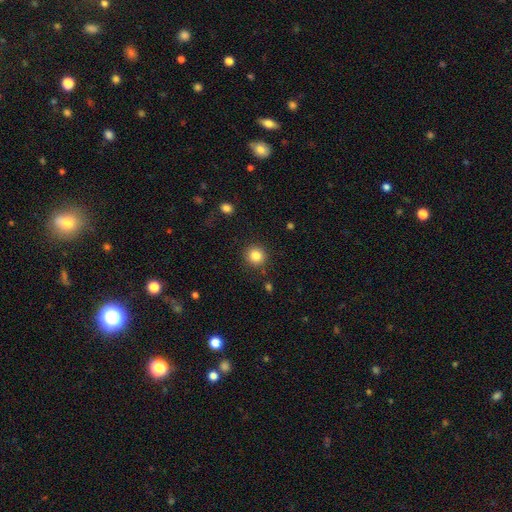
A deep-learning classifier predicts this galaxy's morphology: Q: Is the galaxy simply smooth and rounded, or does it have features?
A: smooth — 84%.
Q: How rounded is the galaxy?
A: round — 93%.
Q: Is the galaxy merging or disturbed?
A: none — 90%.